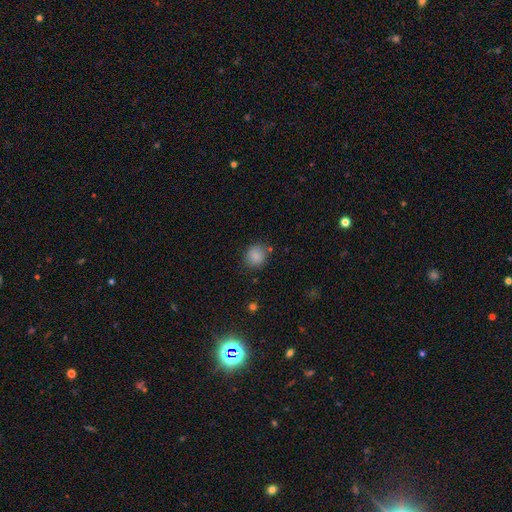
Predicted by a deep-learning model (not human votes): Smooth or featured? smooth (85%)
How rounded? round (80%)
Merging? none (80%)